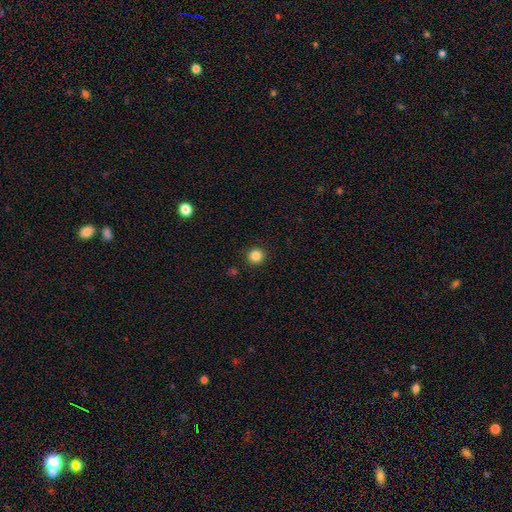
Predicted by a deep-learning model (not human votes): Morphology: type=smooth (85%); roundness=round (95%); merging=none (92%).